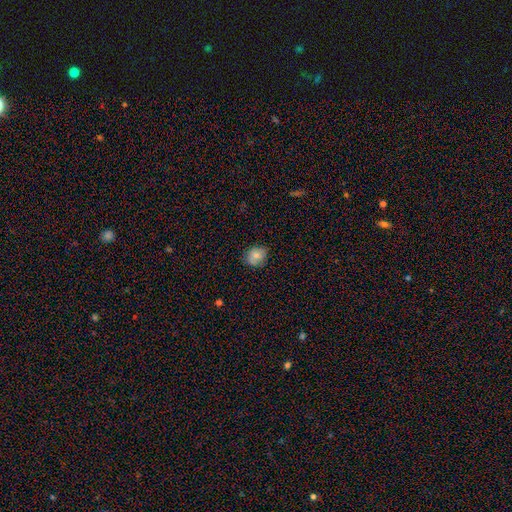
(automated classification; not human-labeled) Smooth or featured? Predicted: smooth (p=0.74). How rounded? Predicted: round (p=0.56). Merging? Predicted: none (p=0.74).